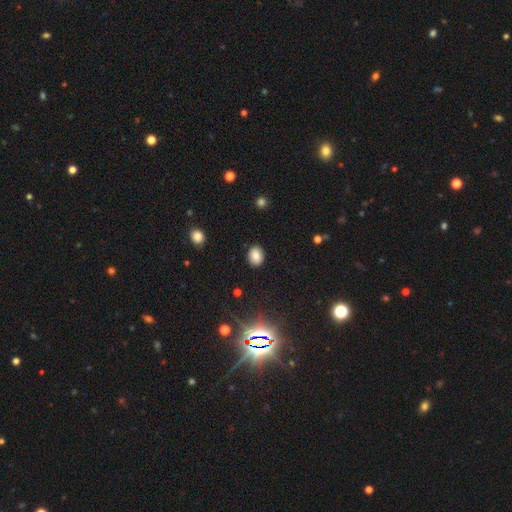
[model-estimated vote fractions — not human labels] Overall: smooth (81%). How rounded: in between (54%; round 45%). Merging: none (88%).